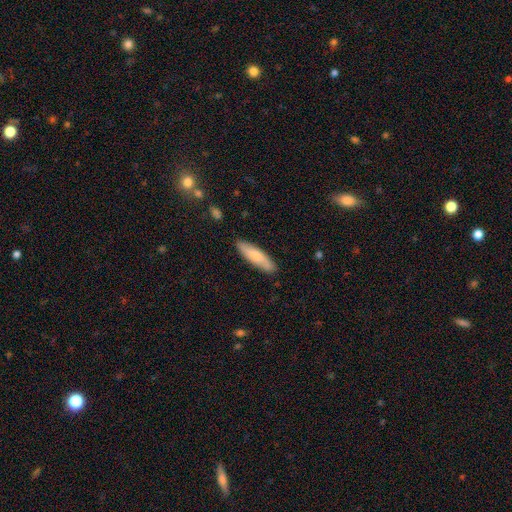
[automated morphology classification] Smooth or featured? Predicted: smooth (p=0.73). How rounded? Predicted: cigar-shaped (p=0.68). Merging? Predicted: none (p=0.85).